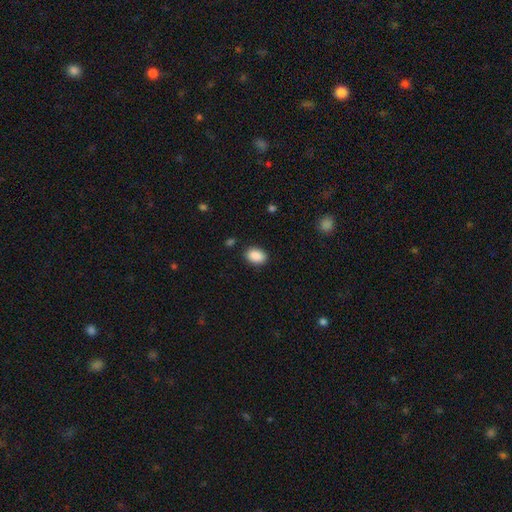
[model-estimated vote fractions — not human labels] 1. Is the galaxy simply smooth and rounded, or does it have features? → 89% smooth, 7% star or artifact, 3% featured or disk.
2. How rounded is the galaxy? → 82% in between, 17% round, 1% cigar-shaped.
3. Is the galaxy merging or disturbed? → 87% none, 9% minor disturbance, 2% major disturbance, 1% merger.